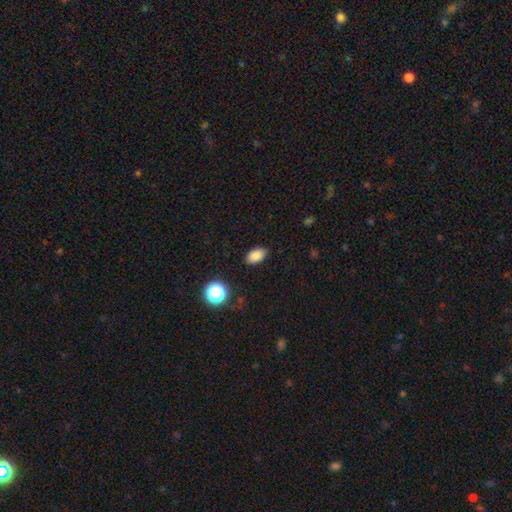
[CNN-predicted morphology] A smooth galaxy with no disk features (85%) that is in between round and cigar-shaped (89%).

Vote fractions:
- Smooth or featured? smooth: 85% / star or artifact: 11% / featured or disk: 4%
- How rounded? in between: 89% / round: 9% / cigar-shaped: 2%
- Merging? none: 87% / minor disturbance: 10% / major disturbance: 2% / merger: 1%